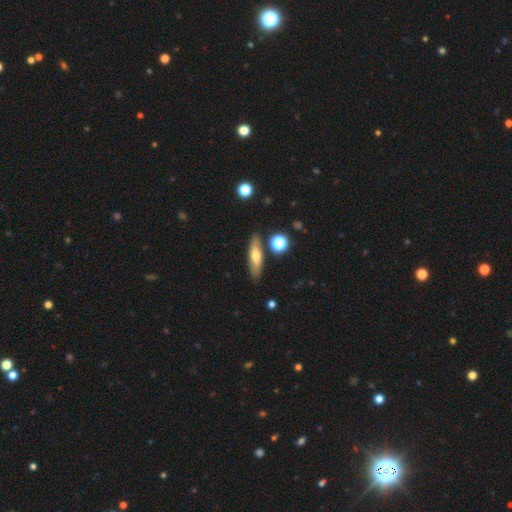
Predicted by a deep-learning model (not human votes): A smooth galaxy with no disk features (57%) that is cigar-shaped (63%).

Vote fractions:
- Smooth or featured? smooth: 57% / featured or disk: 36% / star or artifact: 7%
- How rounded? cigar-shaped: 63% / in between: 34% / round: 4%
- Merging? none: 83% / minor disturbance: 10% / merger: 4% / major disturbance: 2%